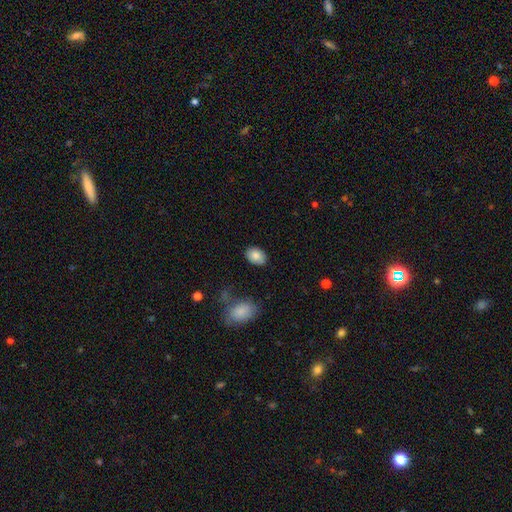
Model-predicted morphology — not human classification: A smooth galaxy with no disk features (86%) that is in between round and cigar-shaped (76%).

Vote fractions:
- Smooth or featured? smooth: 86% / star or artifact: 8% / featured or disk: 7%
- How rounded? in between: 76% / round: 22% / cigar-shaped: 1%
- Merging? none: 84% / minor disturbance: 12% / major disturbance: 3% / merger: 2%